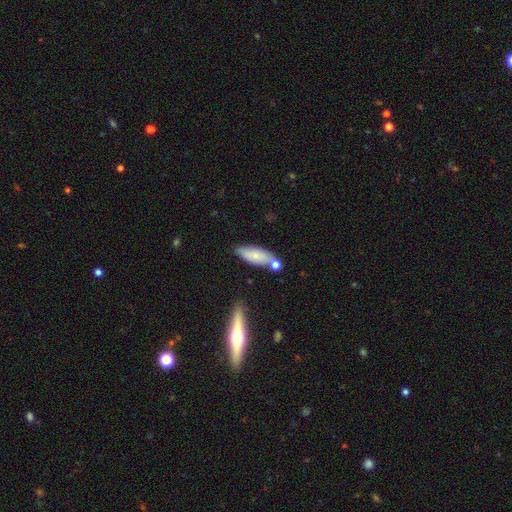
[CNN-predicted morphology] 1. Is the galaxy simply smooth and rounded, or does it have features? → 73% smooth, 21% featured or disk, 6% star or artifact.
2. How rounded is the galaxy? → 65% in between, 33% cigar-shaped, 2% round.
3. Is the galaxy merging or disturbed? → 63% none, 17% minor disturbance, 16% merger, 4% major disturbance.